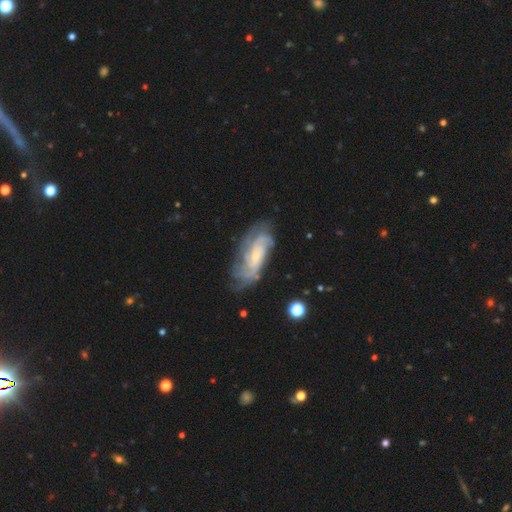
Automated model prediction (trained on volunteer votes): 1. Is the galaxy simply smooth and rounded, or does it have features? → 84% featured or disk, 10% smooth, 6% star or artifact.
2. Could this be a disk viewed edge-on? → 93% no, 7% yes.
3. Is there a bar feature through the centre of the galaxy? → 61% no, 31% weak, 8% strong.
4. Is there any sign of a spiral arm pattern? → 96% yes, 4% no.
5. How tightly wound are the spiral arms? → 58% tight, 34% medium, 9% loose.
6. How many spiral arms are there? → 35% can't tell, 21% 2, 19% 3, 15% 4, 6% more than 4, 5% 1.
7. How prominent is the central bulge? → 68% small, 22% moderate, 6% none, 2% large, 1% dominant.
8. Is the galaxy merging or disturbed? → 69% none, 20% minor disturbance, 9% major disturbance, 2% merger.